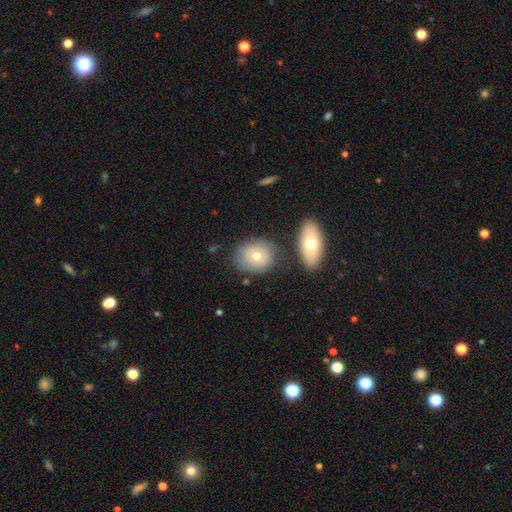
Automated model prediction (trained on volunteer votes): A smooth galaxy with no disk features (60%) that is round (57%).

Vote fractions:
- Smooth or featured? smooth: 60% / featured or disk: 31% / star or artifact: 10%
- How rounded? round: 57% / in between: 41% / cigar-shaped: 2%
- Merging? none: 74% / minor disturbance: 14% / merger: 8% / major disturbance: 4%